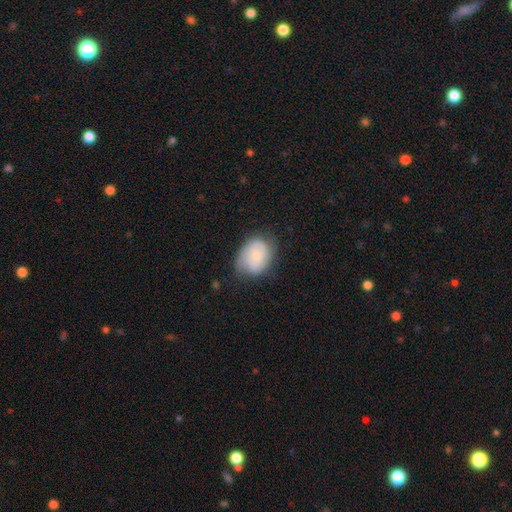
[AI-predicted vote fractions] Morphology: type=smooth (67%); roundness=in between (64%); merging=none (57%).